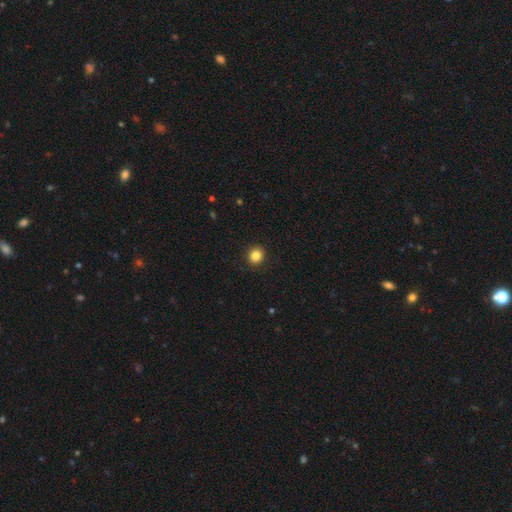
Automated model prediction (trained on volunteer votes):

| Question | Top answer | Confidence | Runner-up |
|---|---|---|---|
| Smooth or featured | smooth | 85% | star or artifact (11%) |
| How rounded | round | 85% | in between (14%) |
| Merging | none | 92% | minor disturbance (6%) |